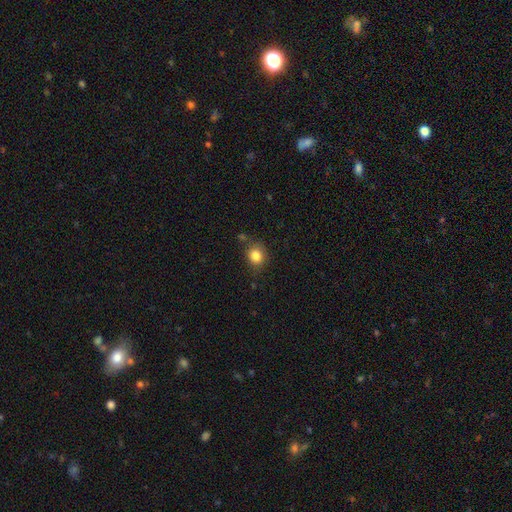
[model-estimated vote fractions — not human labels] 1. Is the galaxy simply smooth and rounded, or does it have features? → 84% smooth, 10% star or artifact, 6% featured or disk.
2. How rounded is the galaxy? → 73% round, 26% in between, 1% cigar-shaped.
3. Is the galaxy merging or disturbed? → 76% none, 15% minor disturbance, 5% merger, 4% major disturbance.